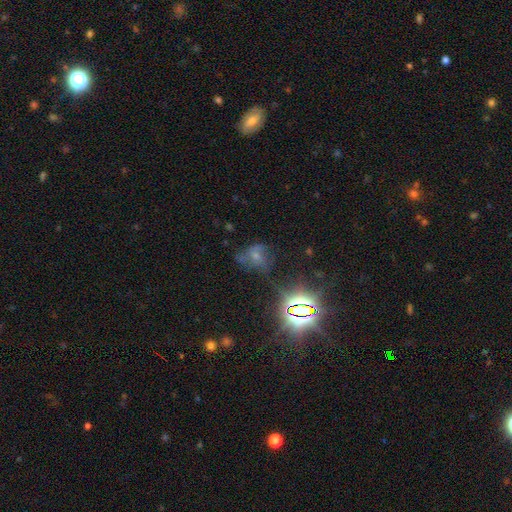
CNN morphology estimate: type=star or artifact (37%, tied with smooth).